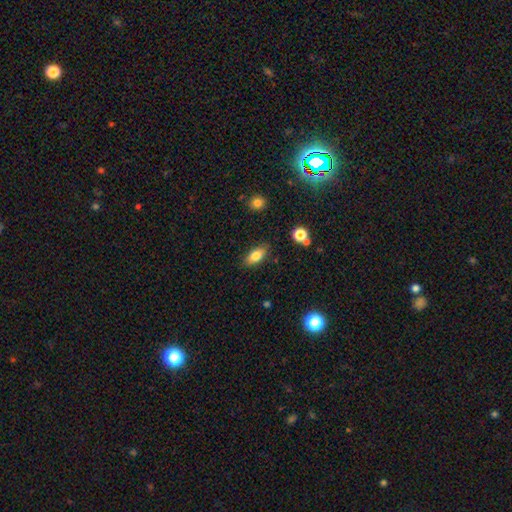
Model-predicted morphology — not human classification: This is likely a smooth galaxy (79%). How rounded: clearly in between (85%). Merging: clearly none (84%).